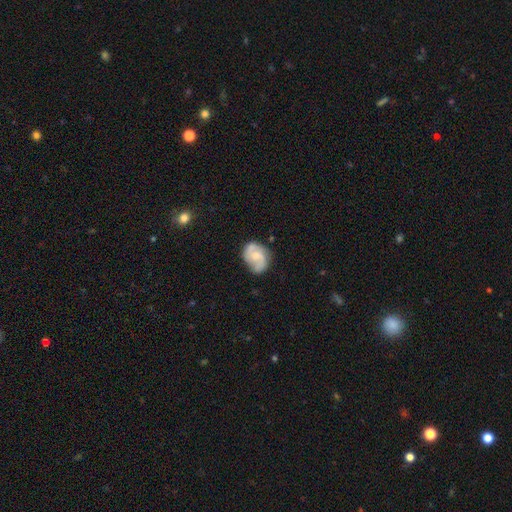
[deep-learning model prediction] The model was most divided on "bulge size": moderate: 45%, small: 44%, none: 7%, large: 3%, dominant: 1%. Remaining: edge-on disk — no (98%); spiral arms — yes (91%); spiral arm count — 2 (80%); smooth or featured — featured or disk (69%); merging — none (68%); bar — no (60%); spiral winding — medium (49%).